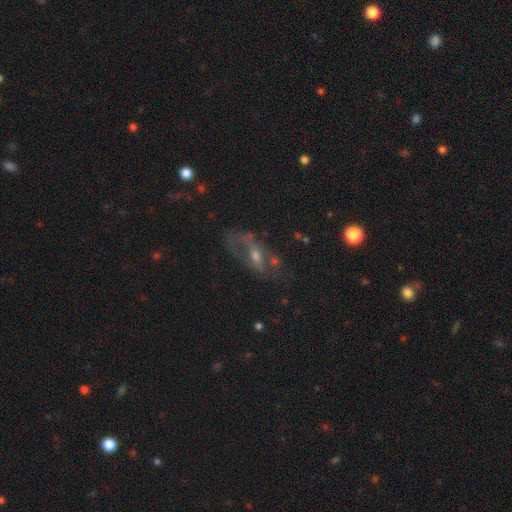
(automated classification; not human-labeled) This appears to be a featured or disk galaxy (61%) with no bar (48%), no spiral arms (53%) and a moderate central bulge (50%). Merging: none (47%).